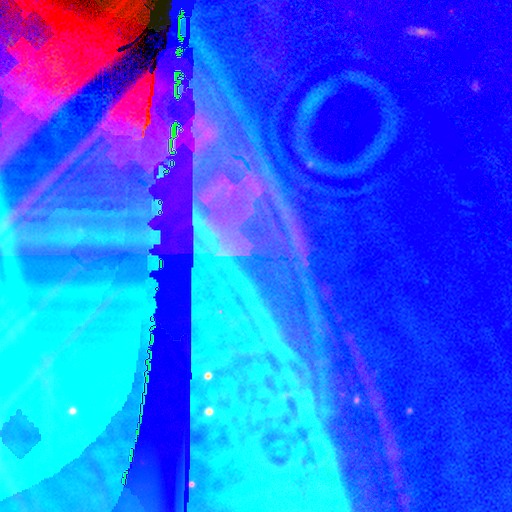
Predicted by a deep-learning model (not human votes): Smooth or featured? star or artifact (89%)